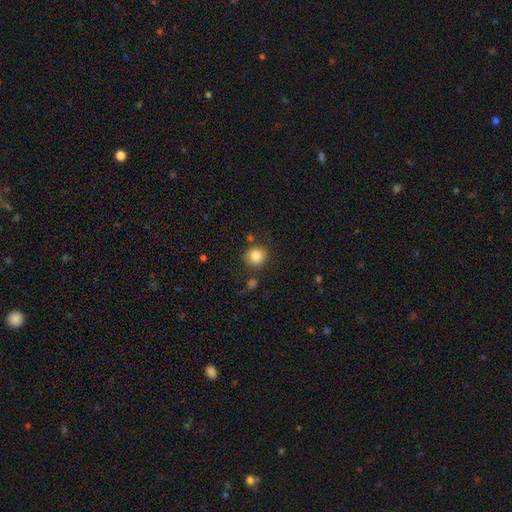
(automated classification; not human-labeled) smooth-or-featured: smooth: 85% | star or artifact: 10% | featured or disk: 5%
  how-rounded: round: 87% | in between: 12% | cigar-shaped: 1%
  merging: none: 81% | minor disturbance: 10% | merger: 5% | major disturbance: 3%